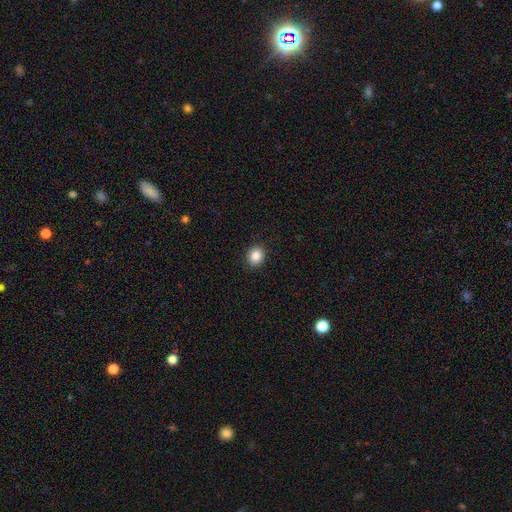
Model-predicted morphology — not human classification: Smooth or featured: smooth — 86% (star or artifact — 9%)
How rounded: round — 68% (in between — 31%)
Merging: none — 90% (minor disturbance — 7%)